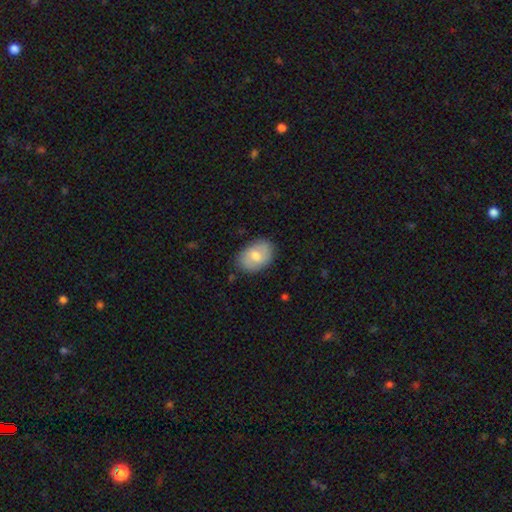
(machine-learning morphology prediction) This appears to be a smooth galaxy with no disk features (68%) that is in between round and cigar-shaped (83%). Merging: none (82%).